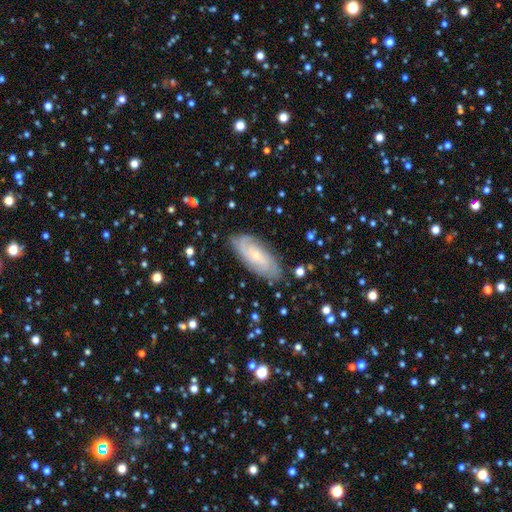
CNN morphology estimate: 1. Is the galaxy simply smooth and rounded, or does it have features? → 68% featured or disk, 24% smooth, 8% star or artifact.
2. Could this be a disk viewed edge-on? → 89% no, 11% yes.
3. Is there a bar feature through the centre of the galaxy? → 71% no, 24% weak, 5% strong.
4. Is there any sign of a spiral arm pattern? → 90% yes, 10% no.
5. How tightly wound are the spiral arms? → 63% tight, 27% medium, 10% loose.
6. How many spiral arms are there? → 48% can't tell, 24% 2, 11% 3, 8% 4, 5% more than 4, 4% 1.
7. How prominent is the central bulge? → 76% small, 19% moderate, 2% none, 1% large, 1% dominant.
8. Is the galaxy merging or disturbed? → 82% none, 13% minor disturbance, 3% major disturbance, 1% merger.